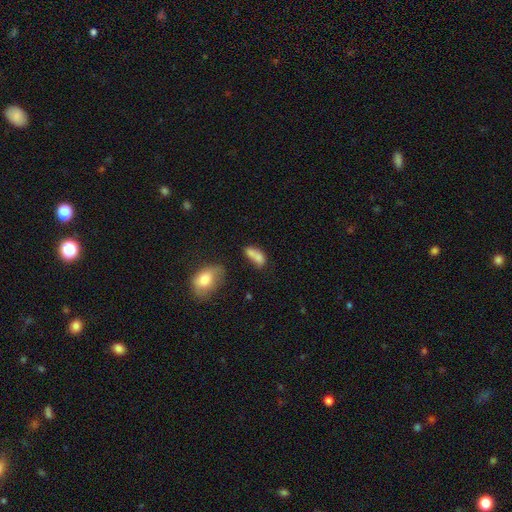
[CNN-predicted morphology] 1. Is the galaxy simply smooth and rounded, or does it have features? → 74% smooth, 16% featured or disk, 10% star or artifact.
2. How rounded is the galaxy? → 79% in between, 11% cigar-shaped, 10% round.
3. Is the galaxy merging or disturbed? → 47% merger, 29% none, 15% minor disturbance, 9% major disturbance.